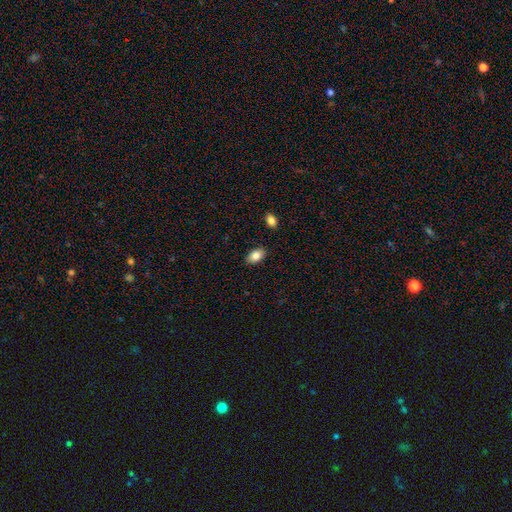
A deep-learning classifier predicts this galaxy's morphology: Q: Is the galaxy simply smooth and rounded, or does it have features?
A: smooth — 85%.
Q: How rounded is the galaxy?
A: in between — 91%.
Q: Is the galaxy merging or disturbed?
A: none — 87%.